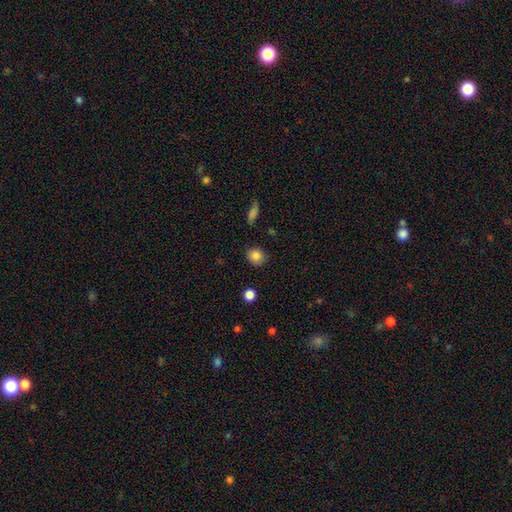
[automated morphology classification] Smooth or featured? Predicted: smooth (p=0.85). How rounded? Predicted: round (p=0.72). Merging? Predicted: none (p=0.87).